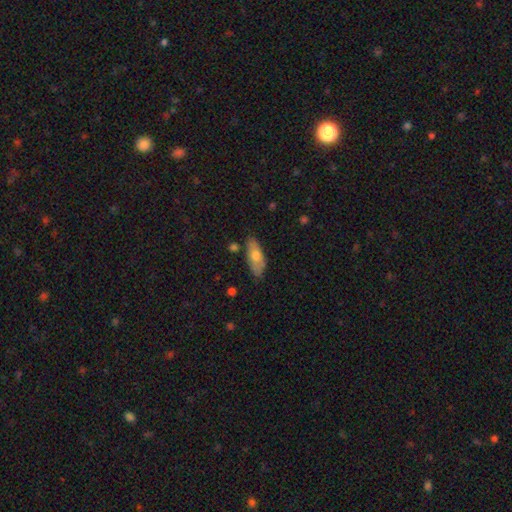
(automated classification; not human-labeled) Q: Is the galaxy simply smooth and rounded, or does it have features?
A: smooth — 67%.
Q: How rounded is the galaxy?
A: in between — 75%.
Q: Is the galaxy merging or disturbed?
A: none — 76%.